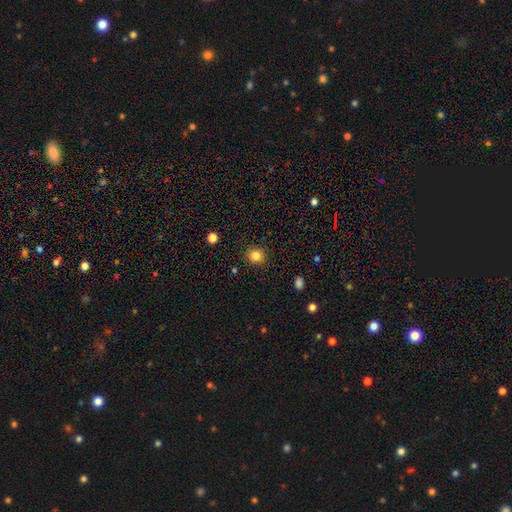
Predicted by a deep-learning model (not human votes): The model was most divided on "smooth or featured": smooth: 84%, star or artifact: 12%, featured or disk: 5%. More confident: merging — none (90%); how rounded — round (86%).